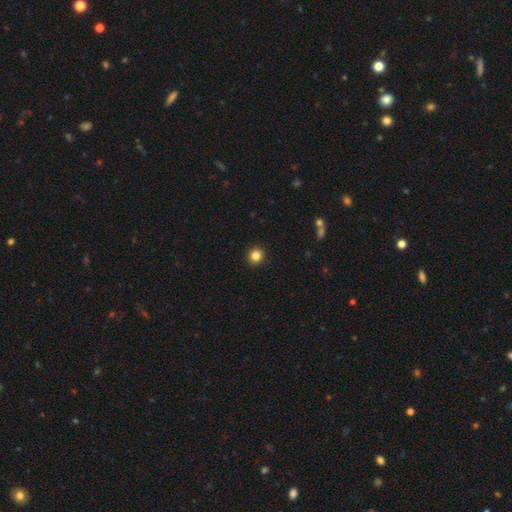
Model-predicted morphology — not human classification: type=smooth (84%); roundness=round (92%); merging=none (93%).